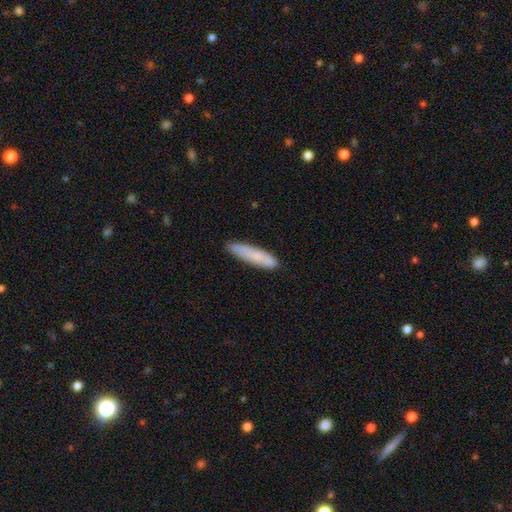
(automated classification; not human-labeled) A smooth galaxy with no disk features (74%) that is cigar-shaped (84%). Merging: none (81%).